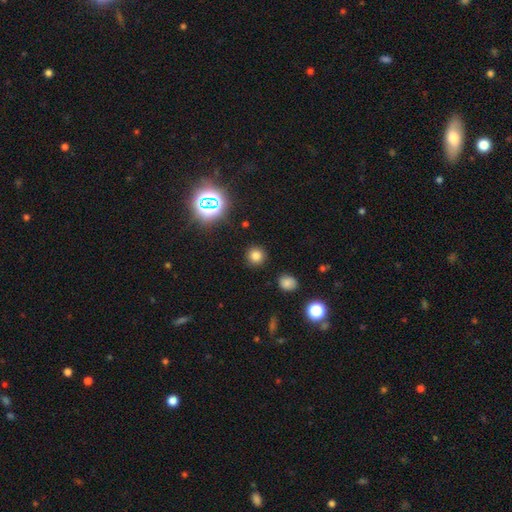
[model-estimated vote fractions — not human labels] Morphology: type=smooth (77%); roundness=round (93%); merging=none (89%).